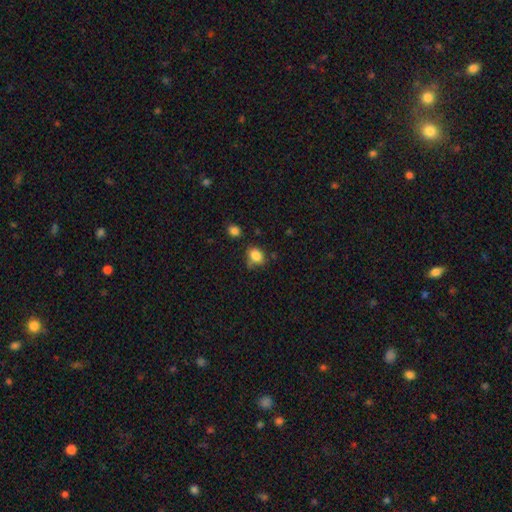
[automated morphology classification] type=smooth (83%); roundness=in between (61%); merging=none (59%).